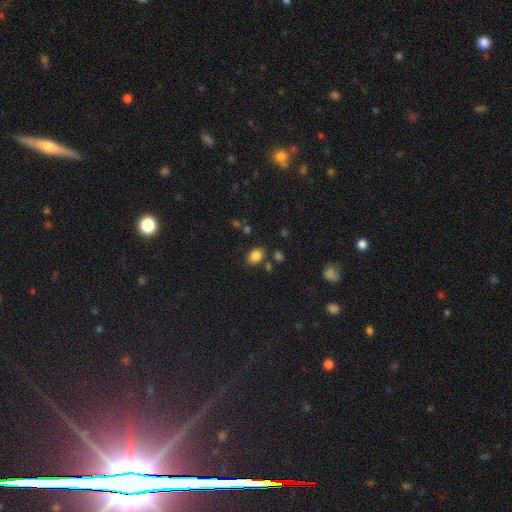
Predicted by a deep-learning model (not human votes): Smooth or featured? Predicted: smooth (p=0.84). How rounded? Predicted: in between (p=0.67). Merging? Predicted: none (p=0.77).